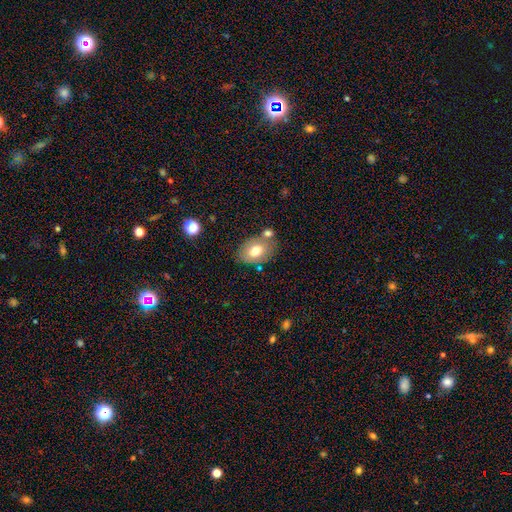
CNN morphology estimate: smooth 70%, featured or disk 21%, star or artifact 8%. Down the decision tree: how rounded — in between (82%); merging — none (65%).